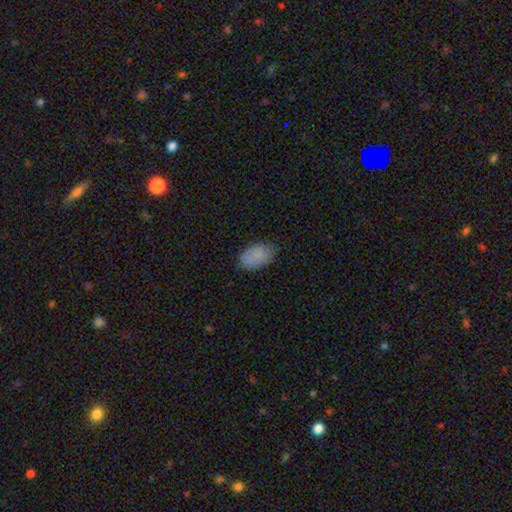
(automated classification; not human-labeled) Smooth or featured: smooth — 86% (star or artifact — 7%)
How rounded: in between — 92% (round — 7%)
Merging: none — 79% (minor disturbance — 17%)